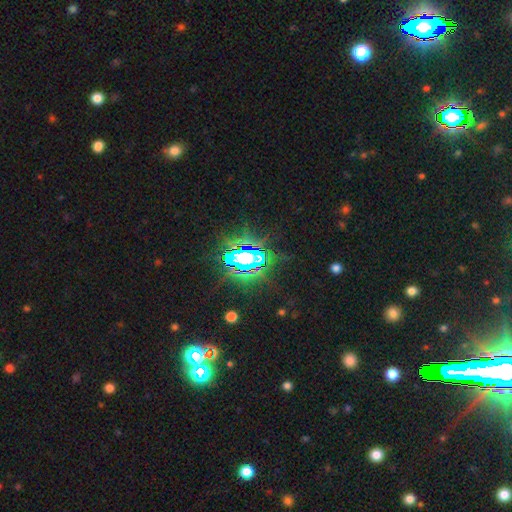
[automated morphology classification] star or artifact 75%, featured or disk 13%, smooth 12%.